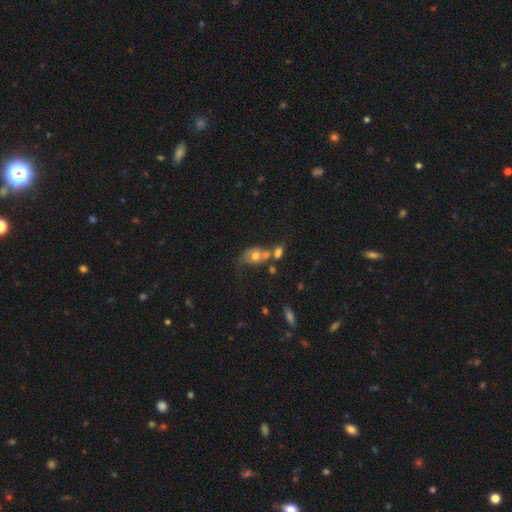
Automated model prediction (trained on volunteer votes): Overall: smooth (54%; featured or disk 32%). How rounded: in between (64%; round 34%). Merging: merger (44%; none 28%).